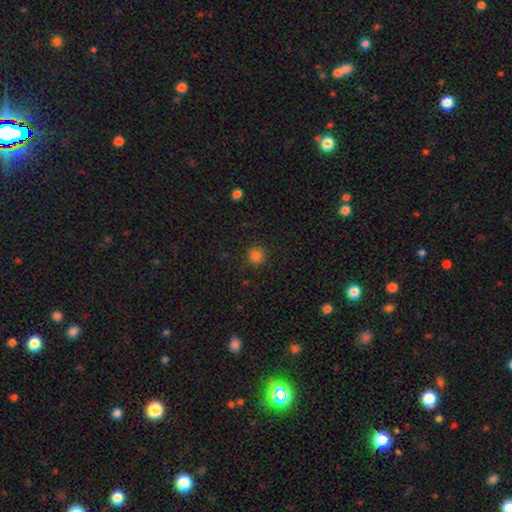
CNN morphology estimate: Overall: smooth (84%). How rounded: round (93%). Merging: none (90%).